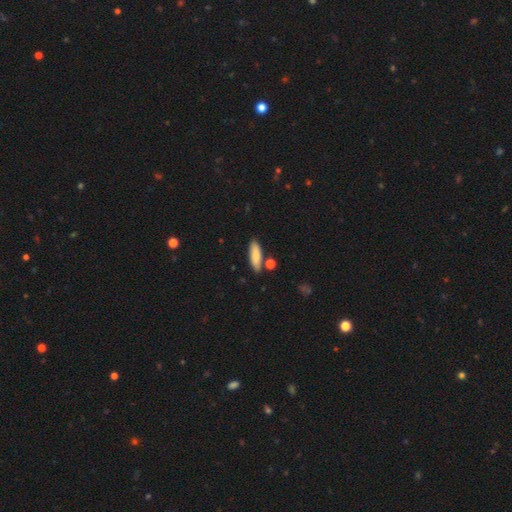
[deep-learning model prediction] smooth-or-featured: smooth: 80% | featured or disk: 13% | star or artifact: 6%
  how-rounded: cigar-shaped: 51% | in between: 47% | round: 2%
  merging: none: 80% | minor disturbance: 11% | merger: 7% | major disturbance: 2%